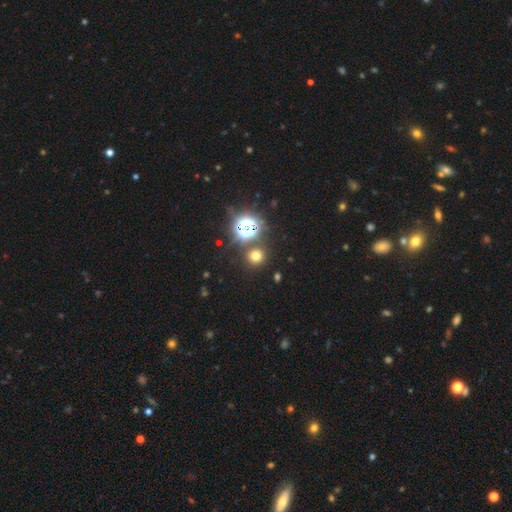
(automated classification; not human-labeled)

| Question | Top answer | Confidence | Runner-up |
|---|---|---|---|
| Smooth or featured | smooth | 61% | star or artifact (32%) |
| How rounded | round | 91% | in between (8%) |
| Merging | none | 84% | minor disturbance (6%) |